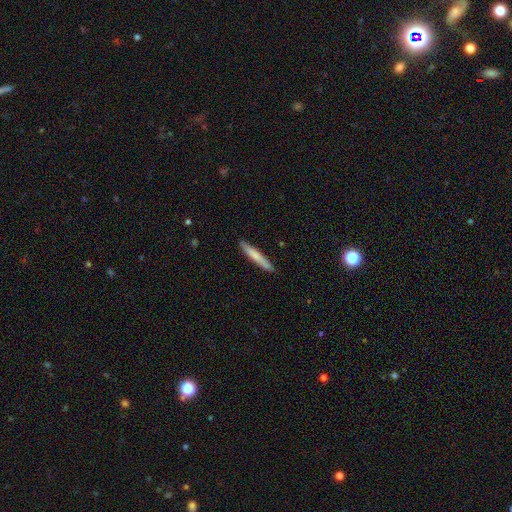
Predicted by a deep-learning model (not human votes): Smooth or featured: smooth — 72% (featured or disk — 23%)
How rounded: cigar-shaped — 94% (in between — 5%)
Merging: none — 89% (minor disturbance — 8%)